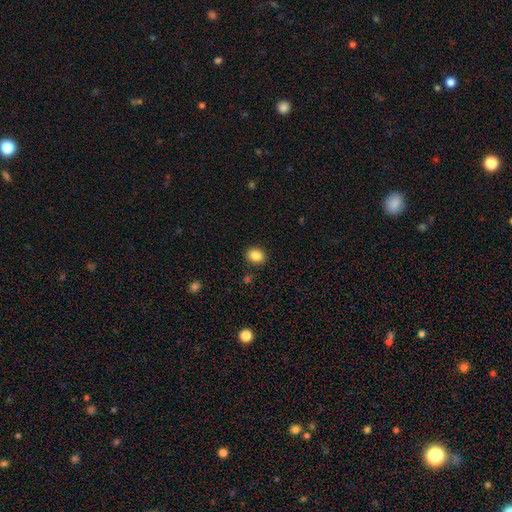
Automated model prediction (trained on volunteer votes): Smooth or featured? Predicted: smooth (p=0.86). How rounded? Predicted: round (p=0.57). Merging? Predicted: none (p=0.88).